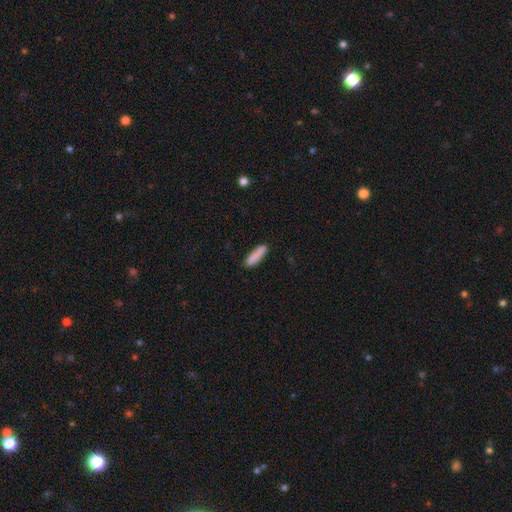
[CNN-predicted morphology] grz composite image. It shows a smooth galaxy with no disk features (87%) that is cigar-shaped (71%). Merging: none (83%).